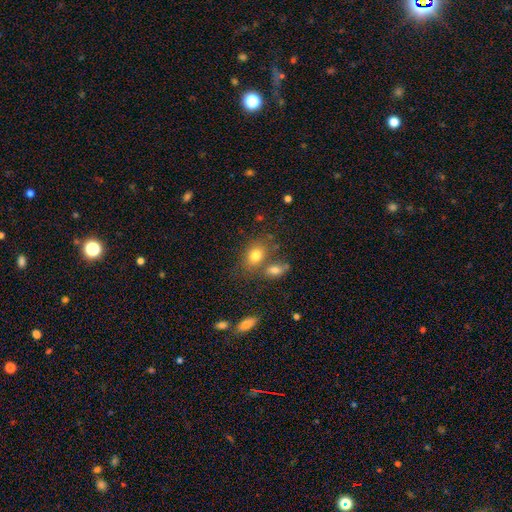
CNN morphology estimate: Smooth or featured?
  - smooth: 78% *
  - featured or disk: 11%
  - star or artifact: 11%
How rounded?
  - in between: 67% *
  - round: 31%
  - cigar-shaped: 2%
Merging?
  - none: 54% *
  - merger: 27%
  - minor disturbance: 13%
  - major disturbance: 5%